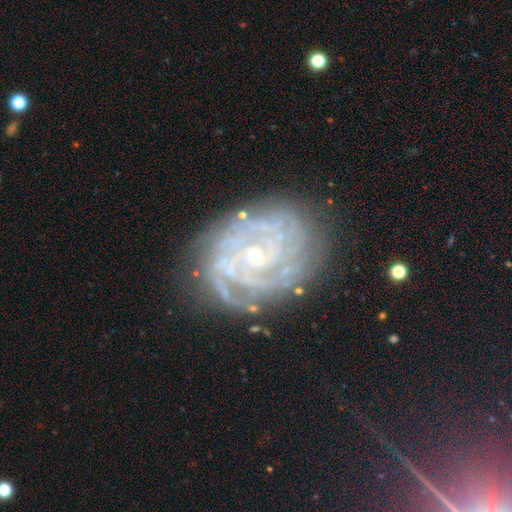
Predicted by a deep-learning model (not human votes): This appears to be a featured or disk galaxy (88%) with no bar (71%), 4 (22%, tied with can't tell) tight (77%) spiral arms (98%) and a small central bulge (81%). Merging: none (77%).